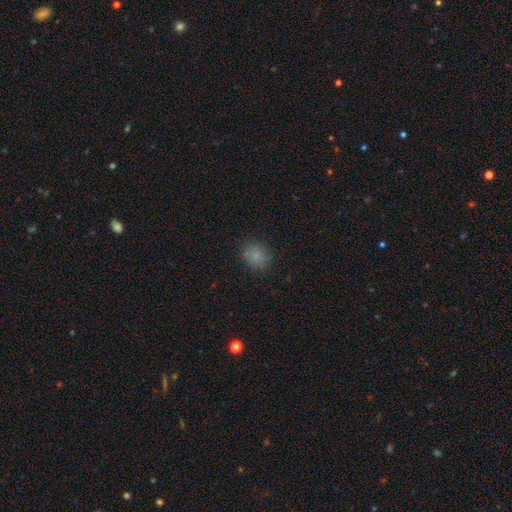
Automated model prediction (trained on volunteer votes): smooth_or_featured: smooth (p=0.79) [alt: star or artifact p=0.13]
how_rounded: round (p=0.68) [alt: in between p=0.31]
merging: none (p=0.79) [alt: minor disturbance p=0.15]